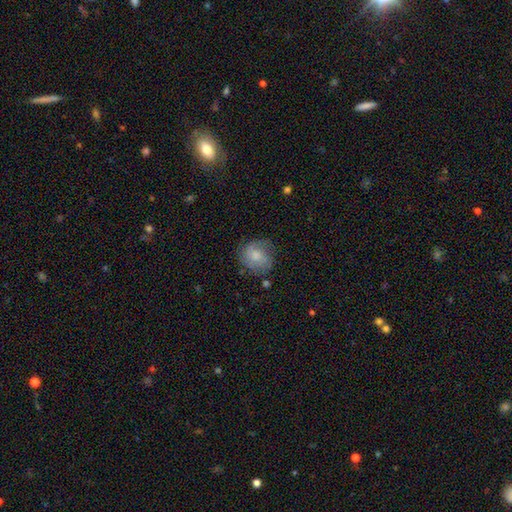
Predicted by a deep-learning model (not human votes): Overall: smooth (54%; featured or disk 39%). How rounded: round (73%). Merging: none (63%; minor disturbance 24%).